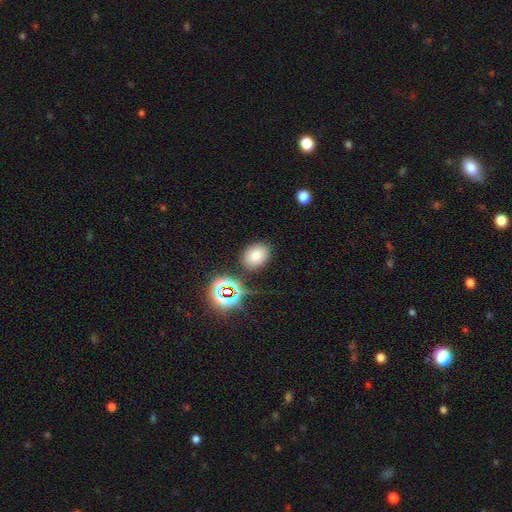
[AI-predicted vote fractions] Smooth or featured? smooth (74%)
How rounded? in between (70%)
Merging? none (81%)